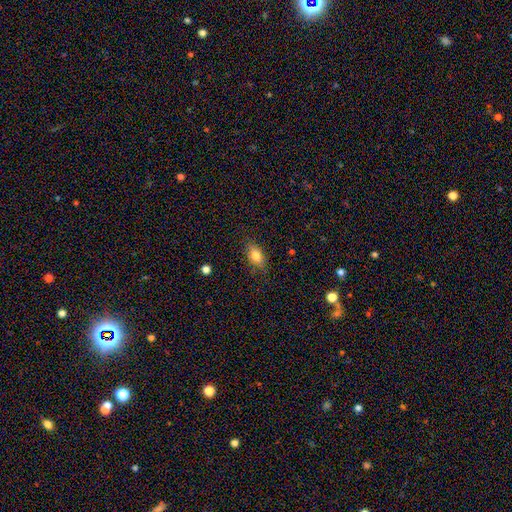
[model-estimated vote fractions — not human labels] smooth 77%, featured or disk 14%, star or artifact 9%. Down the decision tree: how rounded — in between (84%); merging — none (81%).